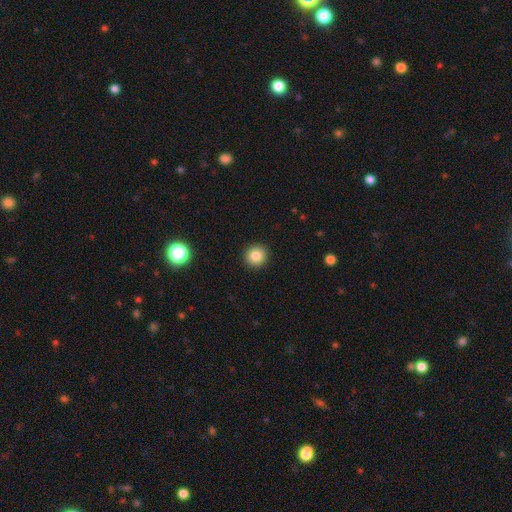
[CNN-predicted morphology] smooth 83%, star or artifact 11%, featured or disk 6%. Down the decision tree: how rounded — round (95%); merging — none (93%).